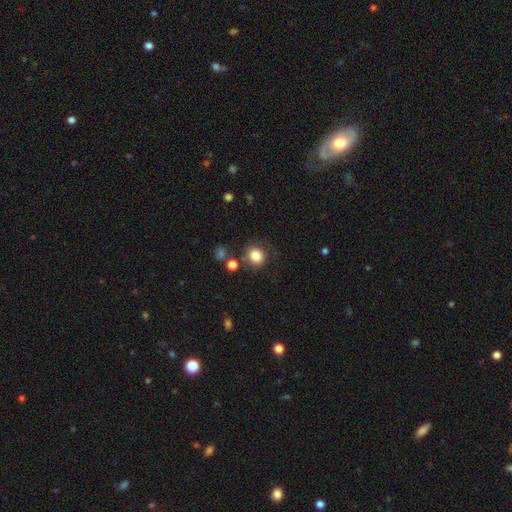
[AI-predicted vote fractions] smooth 83%, star or artifact 11%, featured or disk 6%. Down the decision tree: how rounded — round (79%); merging — none (76%).